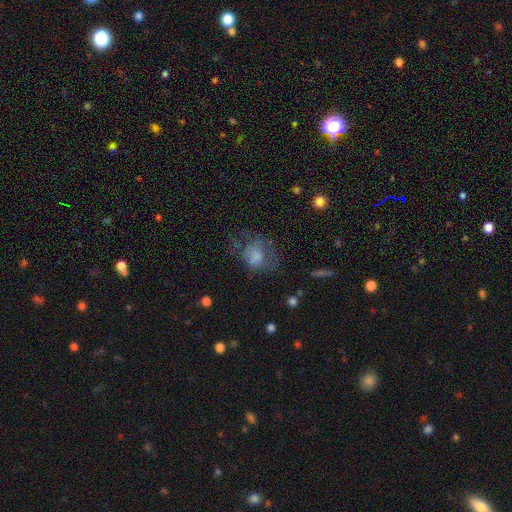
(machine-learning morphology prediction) Q: Smooth or featured?
A: smooth (64%); runner-up: featured or disk (24%)
Q: How rounded?
A: round (59%); runner-up: in between (40%)
Q: Merging?
A: major disturbance (40%); runner-up: none (34%)